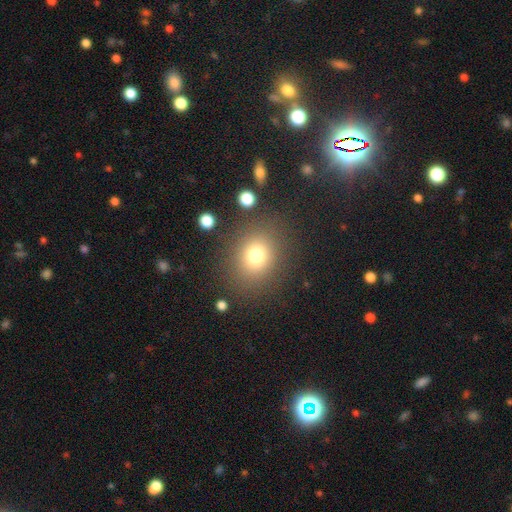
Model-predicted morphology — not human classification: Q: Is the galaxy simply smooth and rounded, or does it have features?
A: smooth — 76%.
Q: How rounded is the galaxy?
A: round — 67%.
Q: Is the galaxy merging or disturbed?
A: none — 83%.